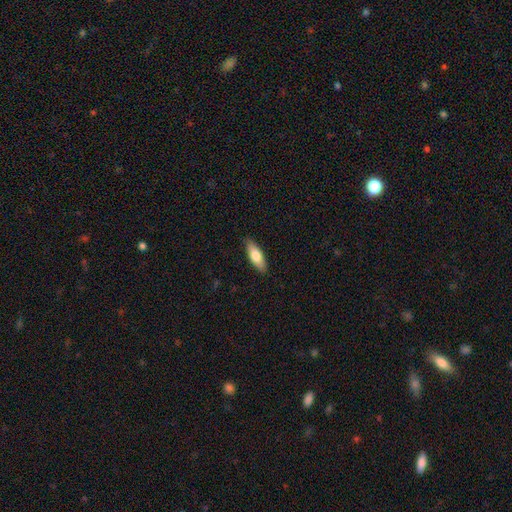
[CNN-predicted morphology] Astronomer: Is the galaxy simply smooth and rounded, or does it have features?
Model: smooth — 74%.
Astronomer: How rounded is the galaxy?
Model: in between — 60% (runner-up: cigar-shaped, 38%).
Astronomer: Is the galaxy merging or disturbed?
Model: none — 88%.